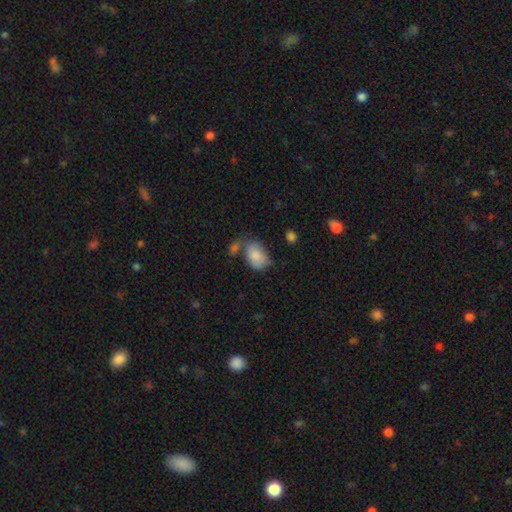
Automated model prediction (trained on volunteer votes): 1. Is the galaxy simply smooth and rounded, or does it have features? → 83% smooth, 10% featured or disk, 7% star or artifact.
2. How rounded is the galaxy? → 85% in between, 14% round, 1% cigar-shaped.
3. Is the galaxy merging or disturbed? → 43% none, 26% minor disturbance, 20% merger, 11% major disturbance.